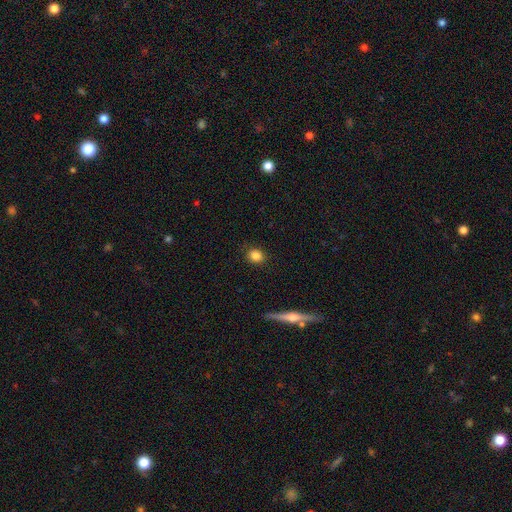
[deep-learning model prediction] This appears to be a smooth galaxy with no disk features (84%) that is round (69%). Merging: none (89%).